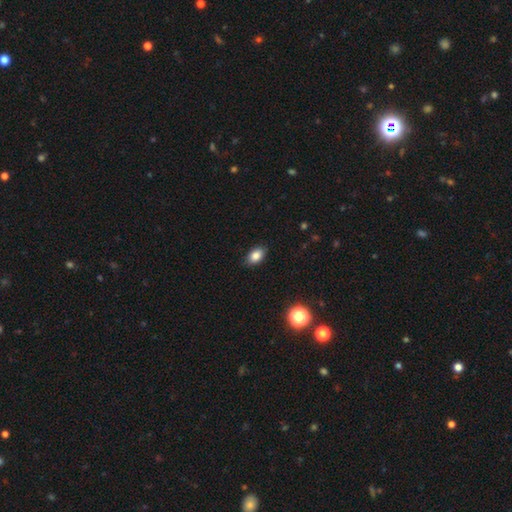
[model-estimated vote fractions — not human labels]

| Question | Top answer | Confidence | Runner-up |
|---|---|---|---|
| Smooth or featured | smooth | 83% | star or artifact (10%) |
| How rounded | in between | 88% | round (10%) |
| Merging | none | 87% | minor disturbance (10%) |